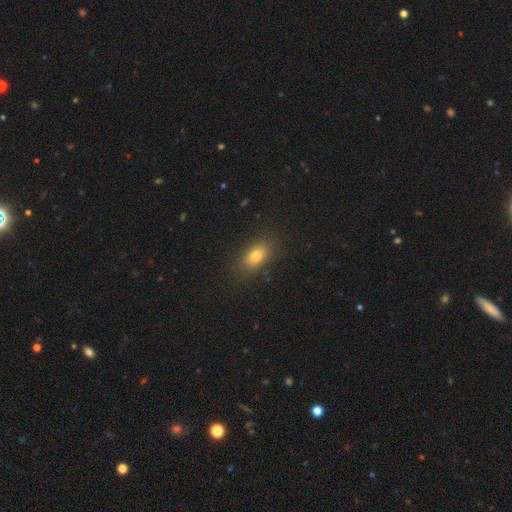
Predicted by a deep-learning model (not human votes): smooth 78%, star or artifact 11%, featured or disk 11%. Down the decision tree: how rounded — in between (82%); merging — none (83%).